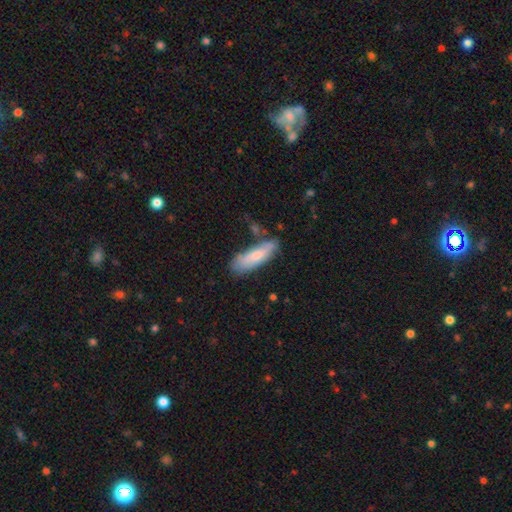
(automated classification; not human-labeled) A smooth galaxy with no disk features (70%) that is cigar-shaped (51%).

Vote fractions:
- Smooth or featured? smooth: 70% / featured or disk: 24% / star or artifact: 6%
- How rounded? cigar-shaped: 51% / in between: 47% / round: 2%
- Merging? none: 67% / minor disturbance: 21% / merger: 7% / major disturbance: 5%